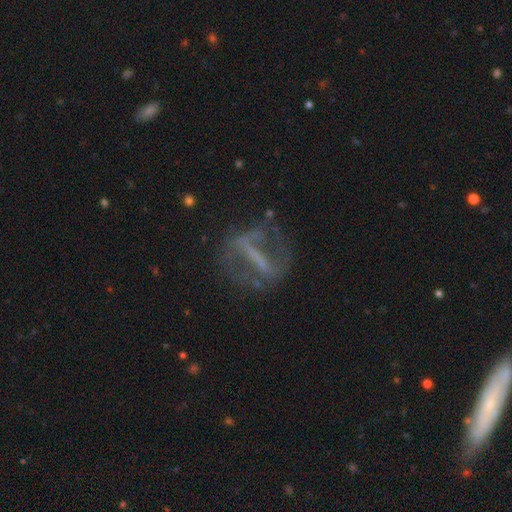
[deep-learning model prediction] featured or disk 71%, smooth 16%, star or artifact 13%. Down the decision tree: edge-on disk — no (80%); bar — strong (74%); spiral arms — no (56%); bulge size — none (58%); merging — none (66%).